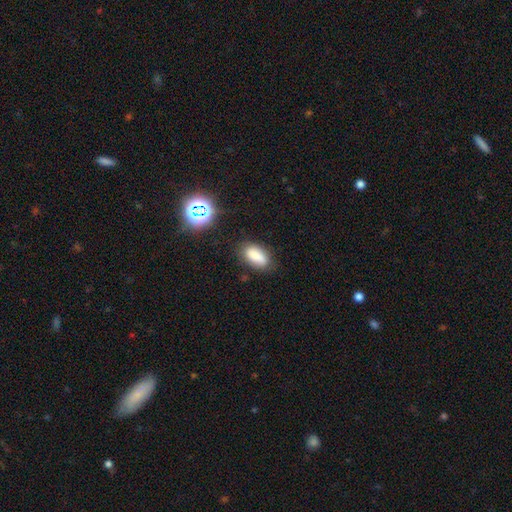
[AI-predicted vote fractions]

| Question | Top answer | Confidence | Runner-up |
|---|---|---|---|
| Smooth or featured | smooth | 82% | star or artifact (10%) |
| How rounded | in between | 89% | cigar-shaped (6%) |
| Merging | none | 77% | minor disturbance (17%) |